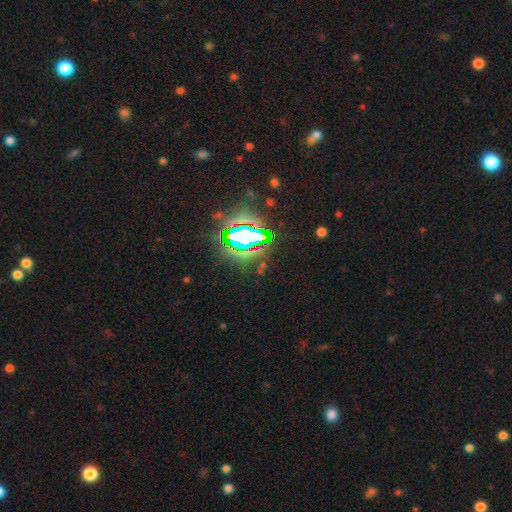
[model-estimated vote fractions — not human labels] Q: Smooth or featured?
A: star or artifact (84%); runner-up: smooth (9%)